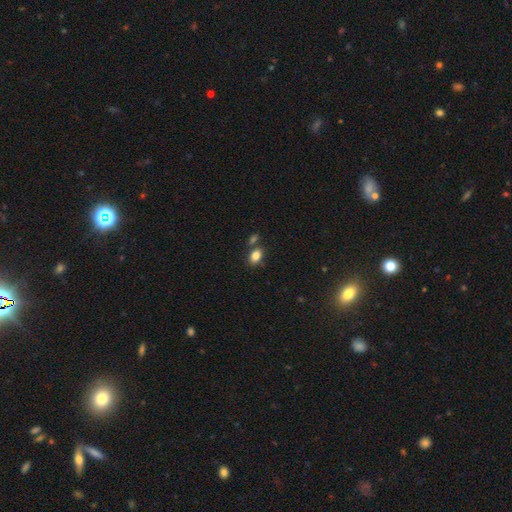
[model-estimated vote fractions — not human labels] smooth 84%, star or artifact 10%, featured or disk 7%. Down the decision tree: how rounded — in between (82%); merging — none (68%).